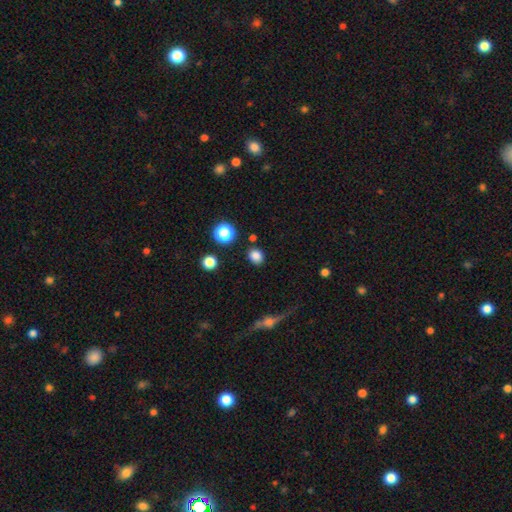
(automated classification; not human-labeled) smooth-or-featured: smooth: 83% | star or artifact: 12% | featured or disk: 5%
  how-rounded: round: 66% | in between: 33% | cigar-shaped: 1%
  merging: none: 85% | minor disturbance: 8% | merger: 4% | major disturbance: 3%